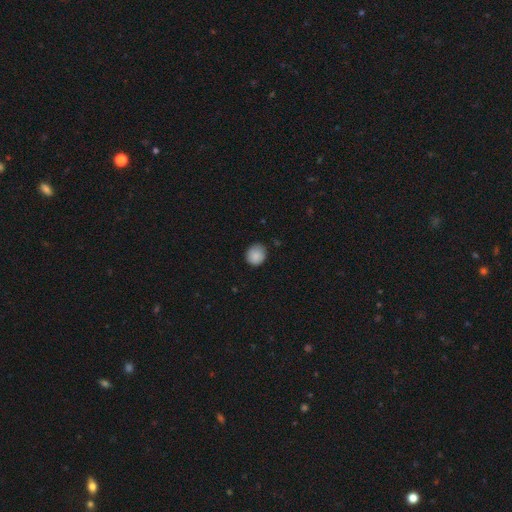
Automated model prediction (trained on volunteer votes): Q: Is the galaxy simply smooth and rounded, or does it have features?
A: smooth — 88%.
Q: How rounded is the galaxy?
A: round — 84%.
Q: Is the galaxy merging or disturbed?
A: none — 81%.